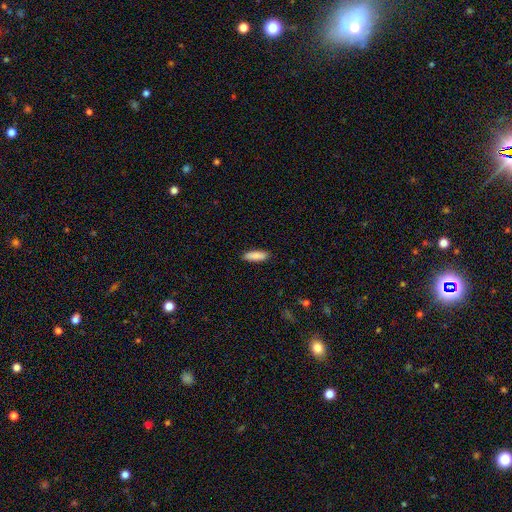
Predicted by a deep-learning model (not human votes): Smooth or featured? smooth (89%)
How rounded? in between (55%)
Merging? none (89%)